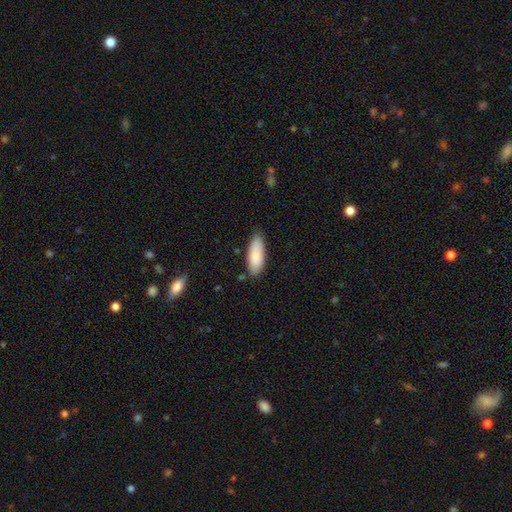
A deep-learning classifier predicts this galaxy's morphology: Smooth or featured: smooth — 86% (featured or disk — 8%)
How rounded: in between — 74% (cigar-shaped — 24%)
Merging: none — 81% (minor disturbance — 14%)